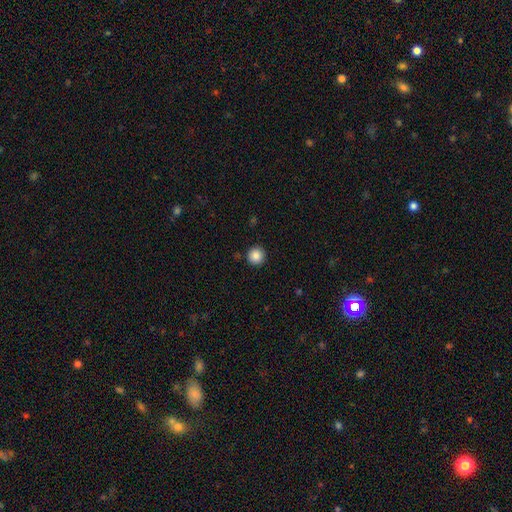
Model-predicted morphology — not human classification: Smooth or featured?
  - smooth: 87% *
  - star or artifact: 9%
  - featured or disk: 4%
How rounded?
  - round: 95% *
  - in between: 4%
  - cigar-shaped: 1%
Merging?
  - none: 92% *
  - minor disturbance: 5%
  - major disturbance: 2%
  - merger: 1%